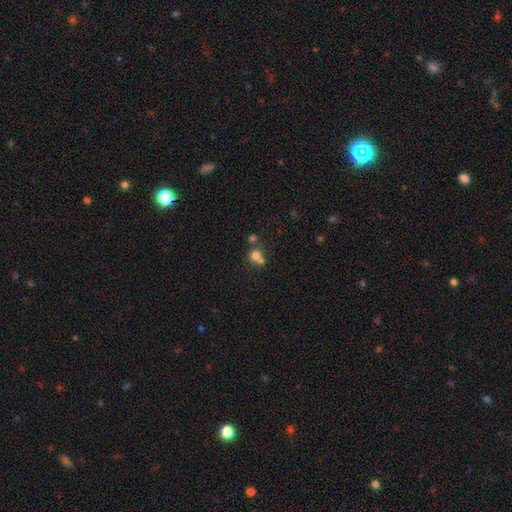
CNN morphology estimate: A smooth galaxy with no disk features (73%) that is round (85%). Merging: merger (47%).